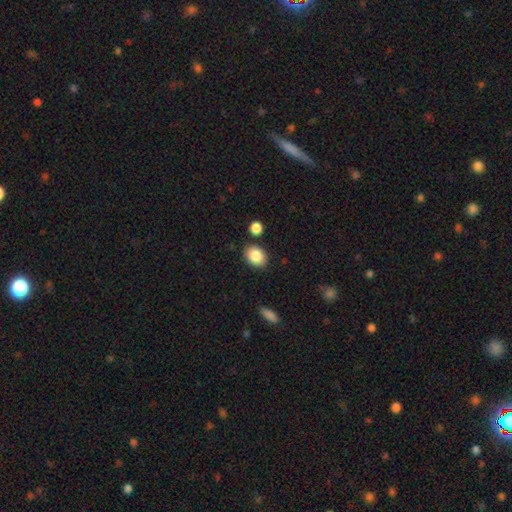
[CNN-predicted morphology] This appears to be a smooth galaxy with no disk features (87%) that is in between round and cigar-shaped (58%). Merging: none (83%).